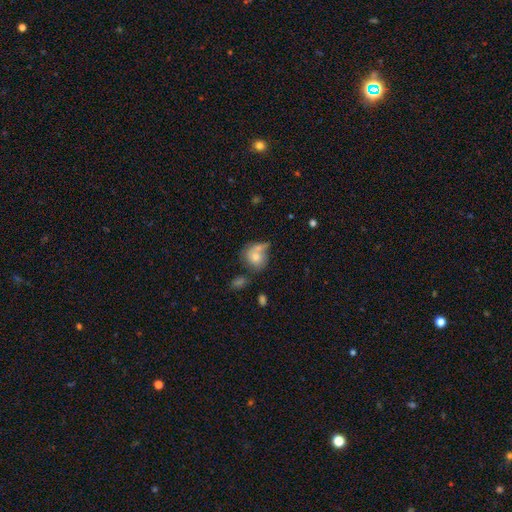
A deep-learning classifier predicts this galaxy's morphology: Q: Smooth or featured?
A: smooth (72%); runner-up: featured or disk (20%)
Q: How rounded?
A: round (68%); runner-up: in between (31%)
Q: Merging?
A: none (36%); runner-up: merger (35%)